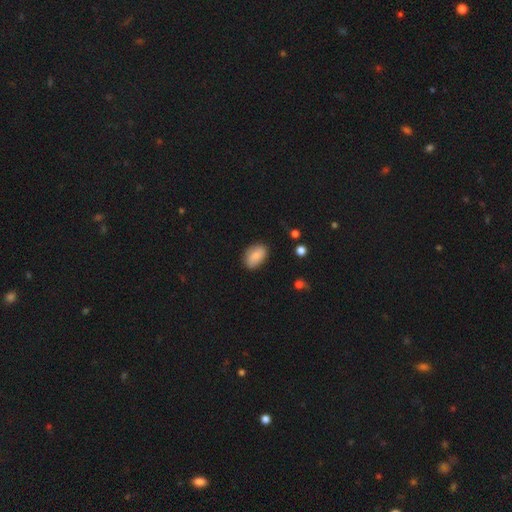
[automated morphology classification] This is clearly a smooth galaxy (82%). How rounded: clearly in between (90%). Merging: clearly none (80%).